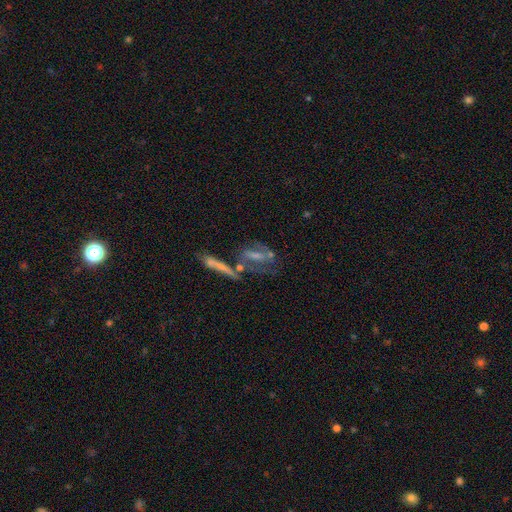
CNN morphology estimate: Overall: featured or disk (55%; smooth 33%). Edge-on disk: no (83%). Merging: none (39%; merger 26%).